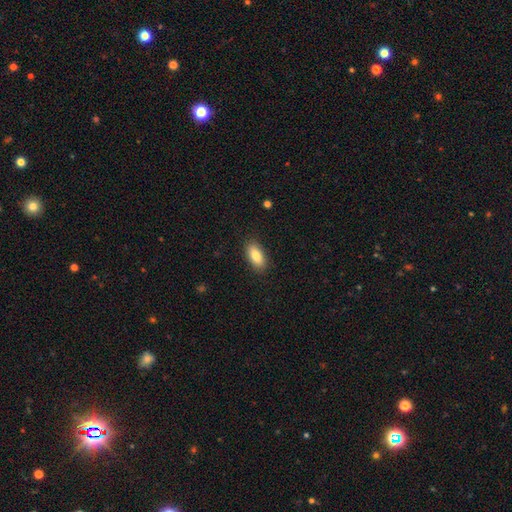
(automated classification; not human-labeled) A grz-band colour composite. It shows a smooth galaxy with no disk features (83%) that is in between round and cigar-shaped (86%). Merging: none (88%).